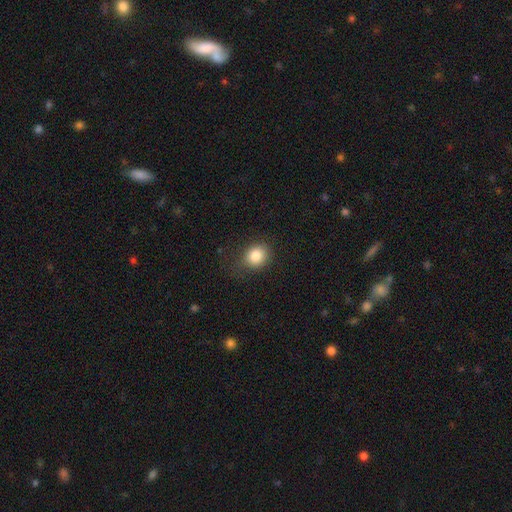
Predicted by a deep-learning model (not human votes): Smooth or featured? Predicted: smooth (p=0.83). How rounded? Predicted: round (p=0.69). Merging? Predicted: none (p=0.75).